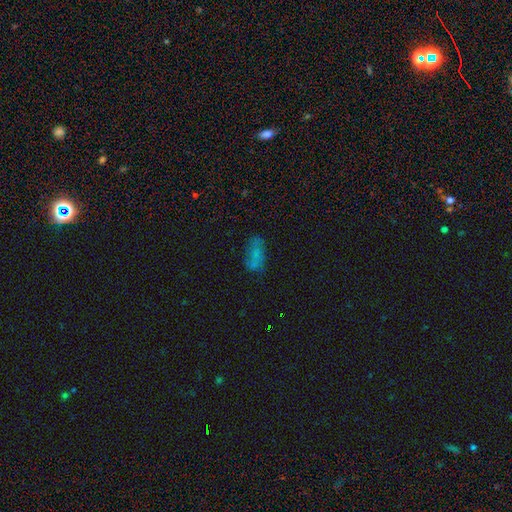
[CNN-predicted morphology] smooth-or-featured: smooth: 61% | featured or disk: 20% | star or artifact: 19%
  how-rounded: in between: 85% | cigar-shaped: 10% | round: 5%
  merging: none: 57% | minor disturbance: 24% | major disturbance: 13% | merger: 5%